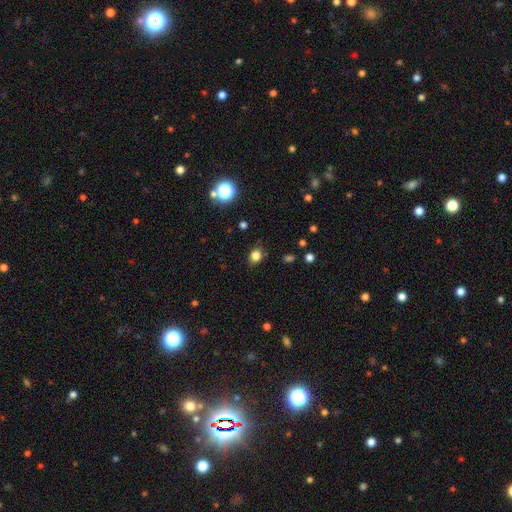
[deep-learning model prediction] Smooth or featured? Predicted: smooth (p=0.82). How rounded? Predicted: round (p=0.61). Merging? Predicted: none (p=0.86).